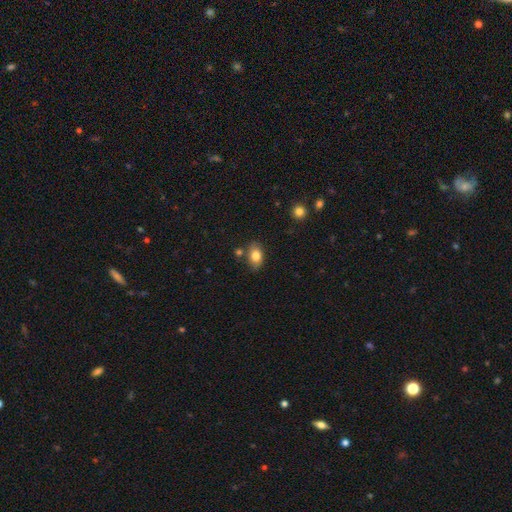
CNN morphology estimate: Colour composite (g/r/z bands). It shows a smooth galaxy with no disk features (81%) that is in between round and cigar-shaped (83%). Merging: none (77%).